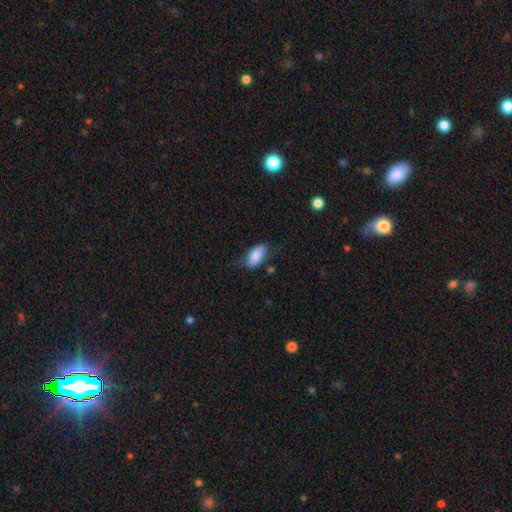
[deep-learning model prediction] A smooth galaxy with no disk features (83%) that is in between round and cigar-shaped (91%). Merging: none (66%).